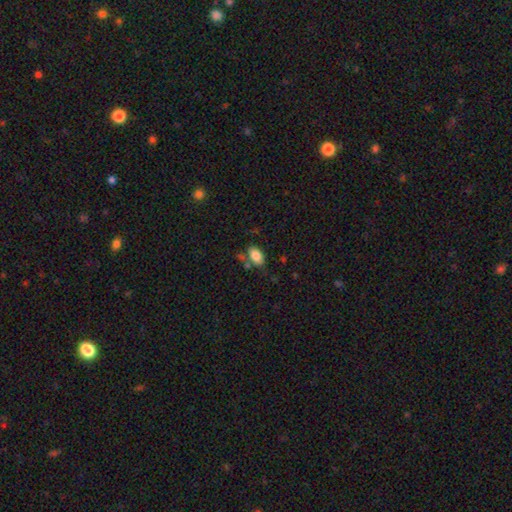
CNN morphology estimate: This is clearly a smooth galaxy (85%). How rounded: clearly in between (92%). Merging: likely none (68%).